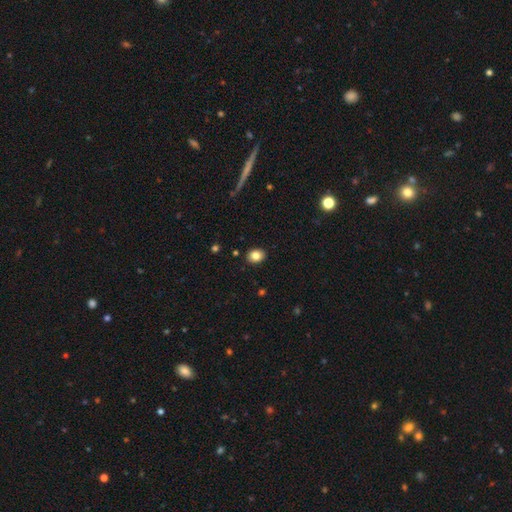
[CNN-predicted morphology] type=smooth (83%); roundness=in between (51%); merging=none (90%).